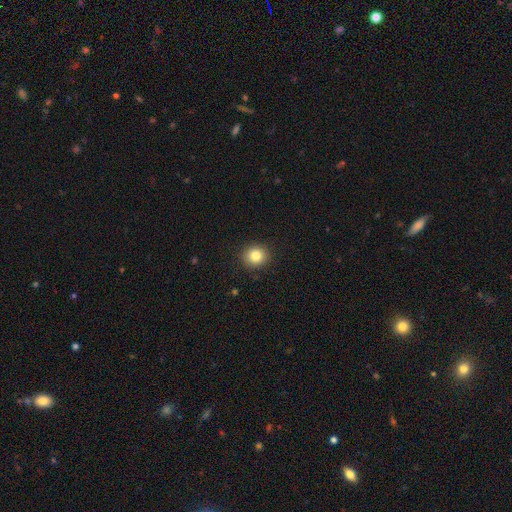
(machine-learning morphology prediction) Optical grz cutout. It shows a smooth galaxy with no disk features (82%) that is round (82%). Merging: none (90%).